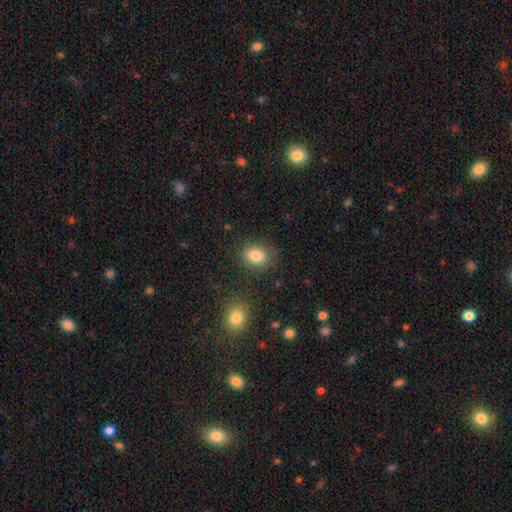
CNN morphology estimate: Smooth or featured? Predicted: smooth (p=0.85). How rounded? Predicted: in between (p=0.56). Merging? Predicted: none (p=0.81).